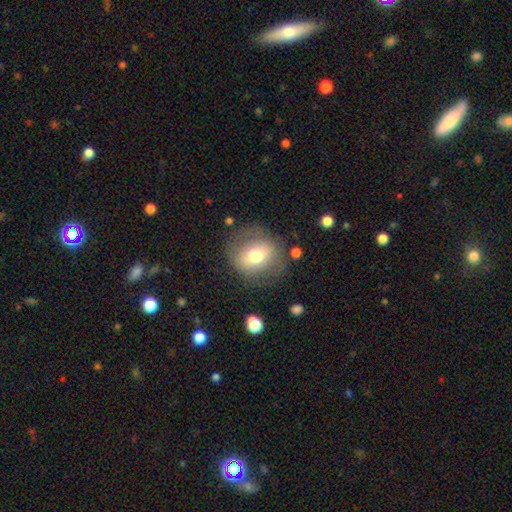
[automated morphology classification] Smooth or featured?
  - smooth: 64% *
  - featured or disk: 27%
  - star or artifact: 9%
How rounded?
  - round: 74% *
  - in between: 25%
  - cigar-shaped: 1%
Merging?
  - none: 72% *
  - minor disturbance: 16%
  - major disturbance: 9%
  - merger: 2%